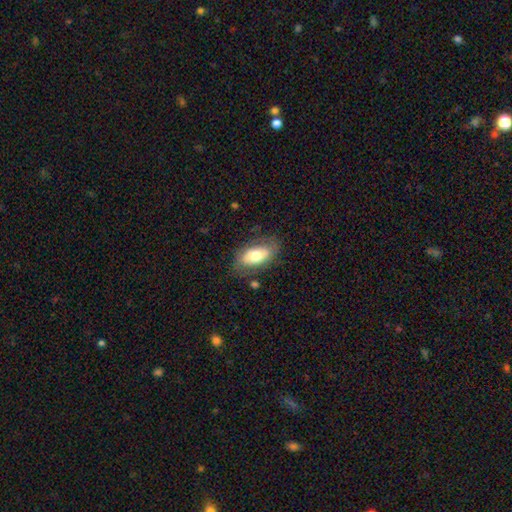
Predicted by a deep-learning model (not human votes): Overall: smooth (60%; featured or disk 34%). How rounded: in between (92%). Merging: none (72%).